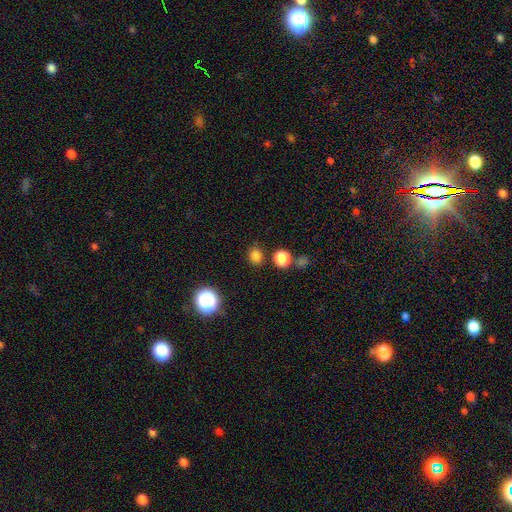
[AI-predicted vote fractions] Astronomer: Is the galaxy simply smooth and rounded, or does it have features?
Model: smooth — 80%.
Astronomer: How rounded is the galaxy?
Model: round — 71%.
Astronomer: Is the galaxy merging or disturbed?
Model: none — 83%.